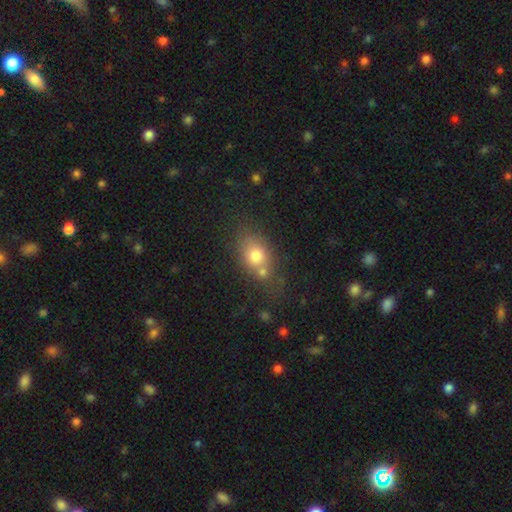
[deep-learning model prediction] This appears to be a smooth galaxy with no disk features (74%) that is in between round and cigar-shaped (61%). Merging: none (48%).